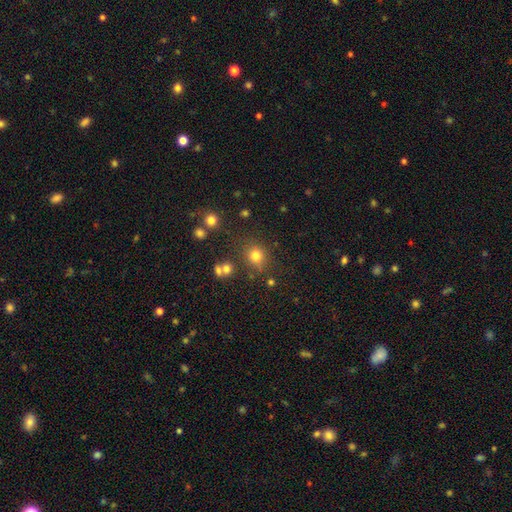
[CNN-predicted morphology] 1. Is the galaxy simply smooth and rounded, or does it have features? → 75% smooth, 17% star or artifact, 7% featured or disk.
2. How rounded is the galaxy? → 82% round, 16% in between, 1% cigar-shaped.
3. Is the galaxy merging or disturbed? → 75% none, 12% minor disturbance, 8% merger, 5% major disturbance.